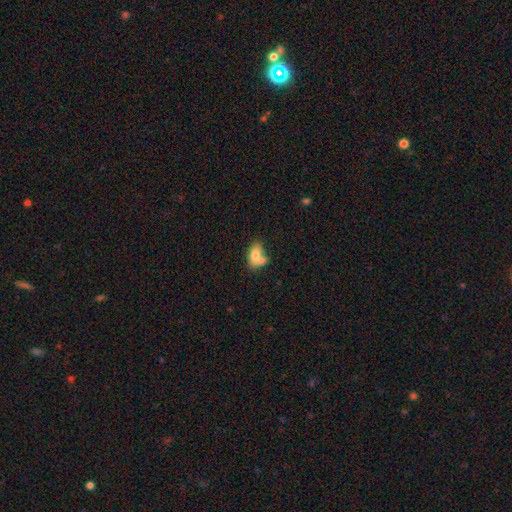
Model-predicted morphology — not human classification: Smooth or featured? smooth (74%)
How rounded? in between (86%)
Merging? merger (45%)